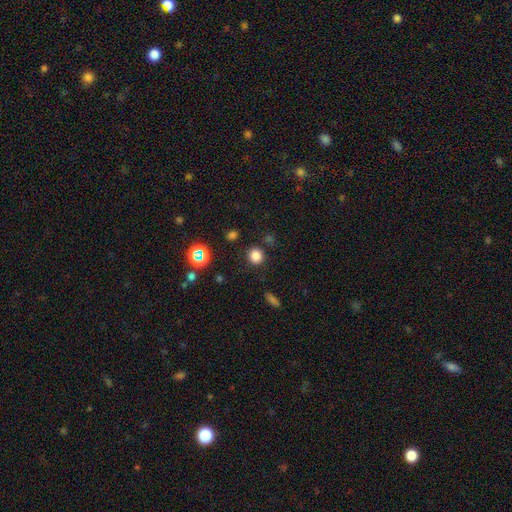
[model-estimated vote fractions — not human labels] A smooth galaxy with no disk features (79%) that is round (90%). Merging: none (87%).